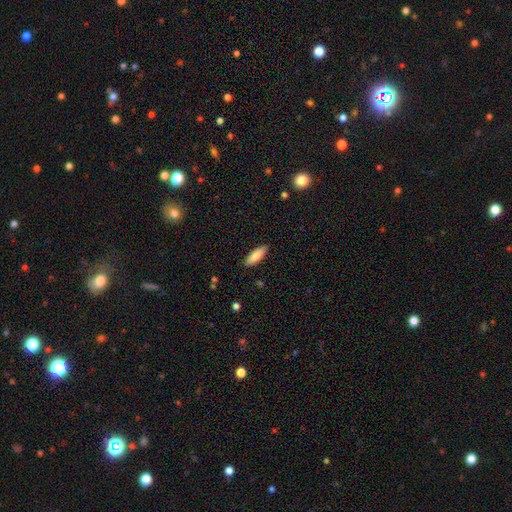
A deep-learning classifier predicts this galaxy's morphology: Smooth or featured? smooth (86%)
How rounded? in between (62%)
Merging? none (87%)